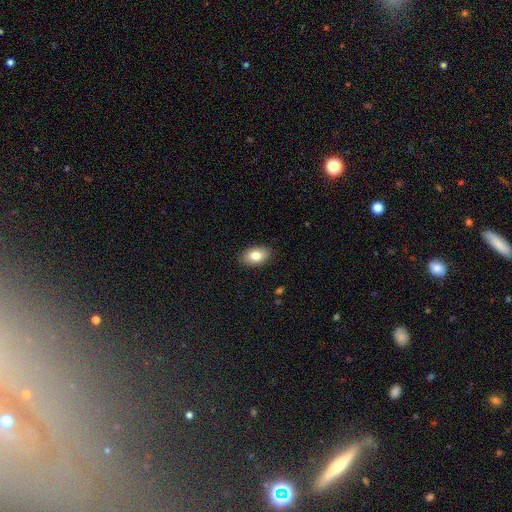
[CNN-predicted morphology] The model was most divided on "smooth or featured": smooth: 82%, featured or disk: 11%, star or artifact: 7%. More confident: how rounded — in between (90%); merging — none (89%).